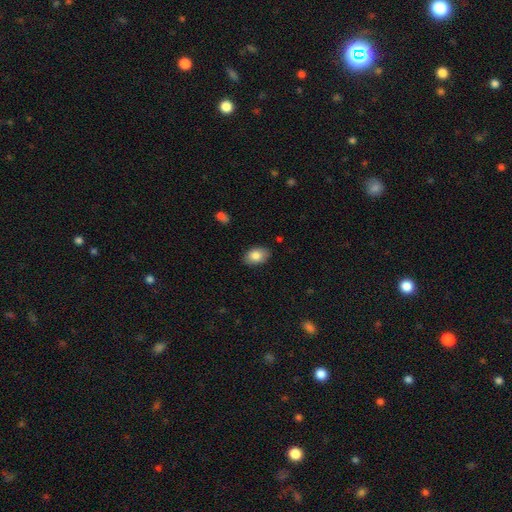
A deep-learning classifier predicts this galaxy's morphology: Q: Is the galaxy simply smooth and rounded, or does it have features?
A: smooth — 83%.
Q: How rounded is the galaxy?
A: in between — 88%.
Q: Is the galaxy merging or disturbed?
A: none — 85%.